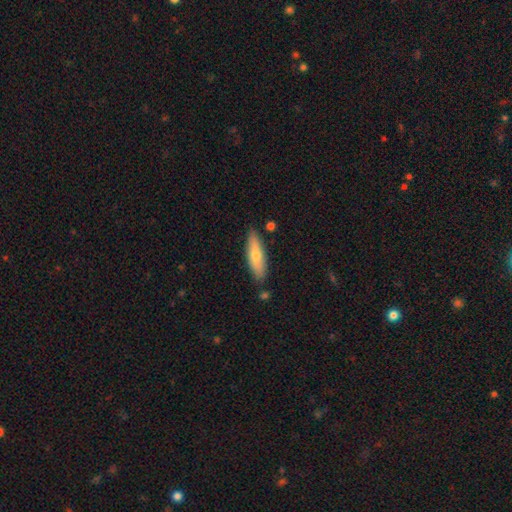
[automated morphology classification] A smooth galaxy with no disk features (65%) that is cigar-shaped (61%).

Vote fractions:
- Smooth or featured? smooth: 65% / featured or disk: 29% / star or artifact: 6%
- How rounded? cigar-shaped: 61% / in between: 37% / round: 2%
- Merging? none: 83% / minor disturbance: 12% / merger: 3% / major disturbance: 2%